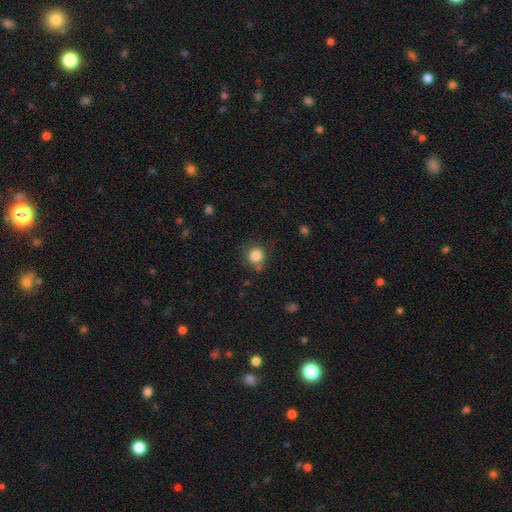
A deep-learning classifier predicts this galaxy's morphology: Q: Smooth or featured?
A: smooth (84%); runner-up: star or artifact (10%)
Q: How rounded?
A: round (86%); runner-up: in between (13%)
Q: Merging?
A: none (69%); runner-up: minor disturbance (19%)